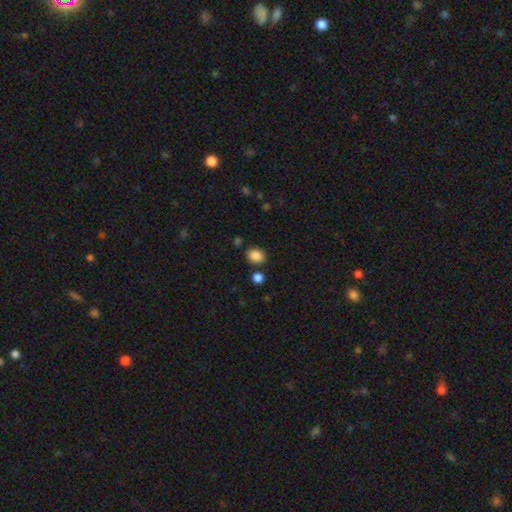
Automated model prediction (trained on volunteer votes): The model was most divided on "how rounded": round: 59%, in between: 40%, cigar-shaped: 1%. More confident: smooth or featured — smooth (86%); merging — none (82%).